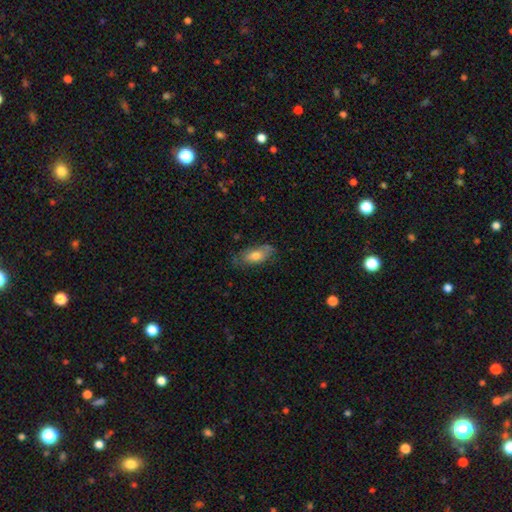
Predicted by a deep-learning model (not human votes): Smooth or featured: smooth — 70% (featured or disk — 24%)
How rounded: in between — 79% (cigar-shaped — 18%)
Merging: none — 68% (minor disturbance — 23%)